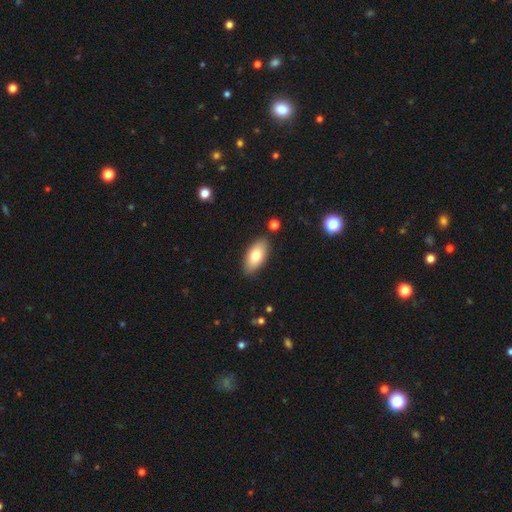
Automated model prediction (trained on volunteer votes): A smooth galaxy with no disk features (77%) that is in between round and cigar-shaped (90%).

Vote fractions:
- Smooth or featured? smooth: 77% / featured or disk: 17% / star or artifact: 6%
- How rounded? in between: 90% / cigar-shaped: 7% / round: 3%
- Merging? none: 86% / minor disturbance: 10% / merger: 3% / major disturbance: 2%